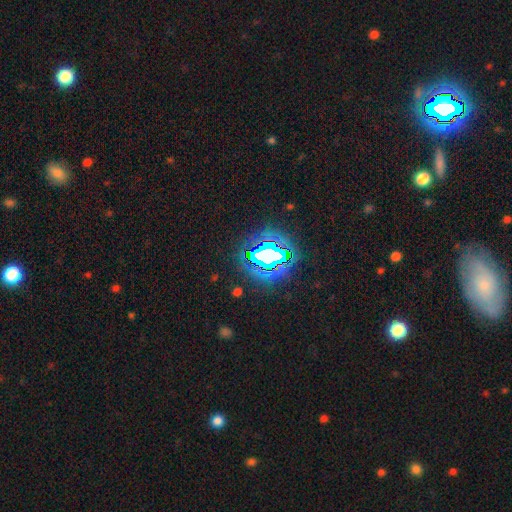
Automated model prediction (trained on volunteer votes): Smooth or featured? Predicted: star or artifact (p=0.80).